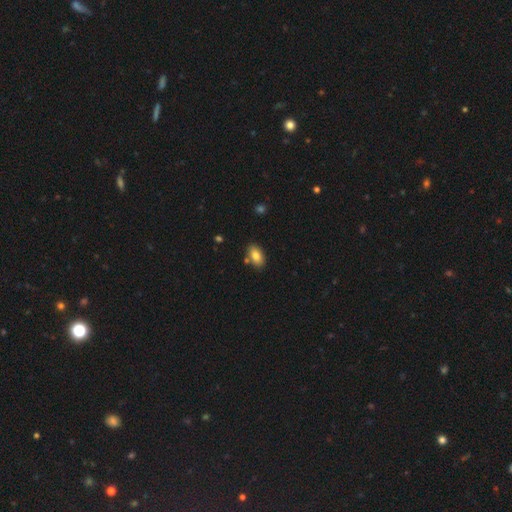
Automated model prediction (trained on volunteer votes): Morphology: type=smooth (83%); roundness=in between (92%); merging=none (78%).